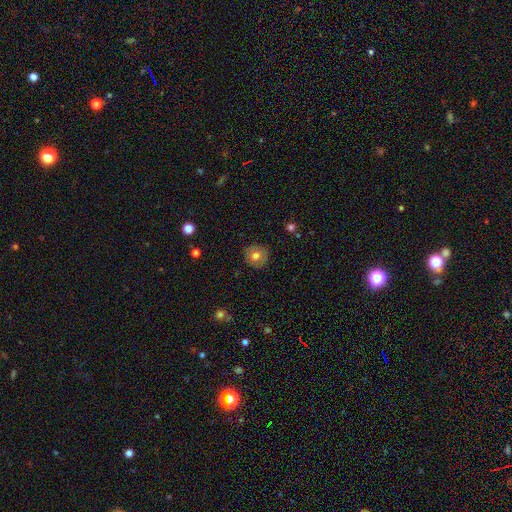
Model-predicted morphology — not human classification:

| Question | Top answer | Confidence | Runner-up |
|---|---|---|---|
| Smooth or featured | smooth | 73% | featured or disk (18%) |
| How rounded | round | 93% | in between (6%) |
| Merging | none | 89% | minor disturbance (8%) |